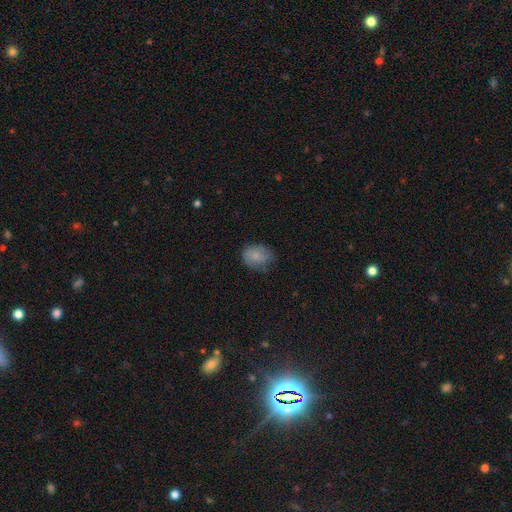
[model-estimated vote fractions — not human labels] The model was most divided on "how rounded": in between: 60%, round: 39%, cigar-shaped: 1%. More confident: smooth or featured — smooth (78%); merging — none (65%).